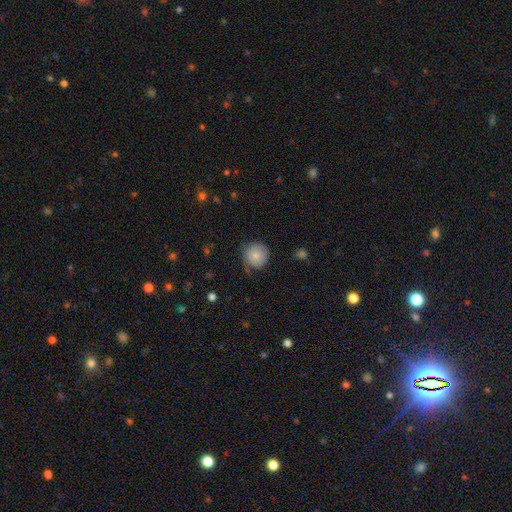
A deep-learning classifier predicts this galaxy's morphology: This is likely a smooth galaxy (79%). How rounded: clearly round (93%). Merging: likely none (73%).